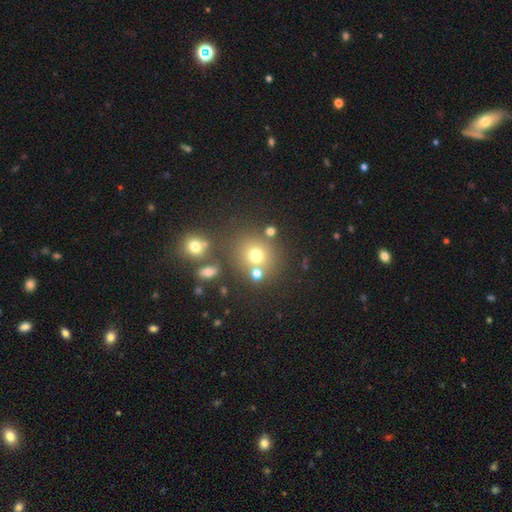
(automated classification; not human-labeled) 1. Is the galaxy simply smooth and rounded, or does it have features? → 70% smooth, 19% star or artifact, 11% featured or disk.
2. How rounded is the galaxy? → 85% round, 14% in between, 1% cigar-shaped.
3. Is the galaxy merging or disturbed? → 70% none, 16% merger, 10% minor disturbance, 4% major disturbance.